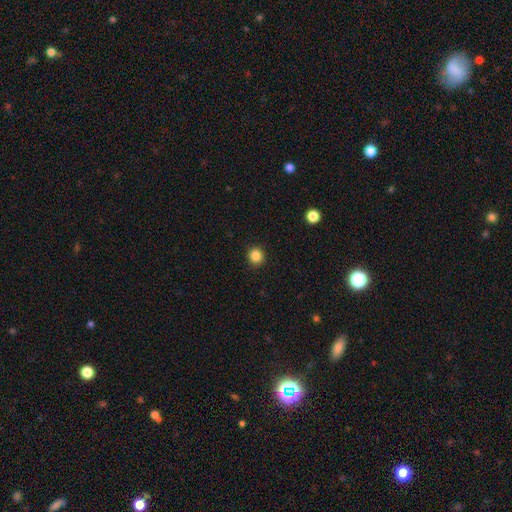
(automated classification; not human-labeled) smooth 85%, star or artifact 11%, featured or disk 3%. Down the decision tree: how rounded — round (91%); merging — none (92%).